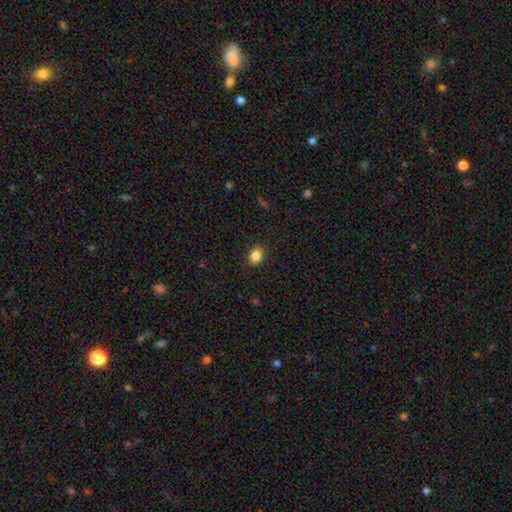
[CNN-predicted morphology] smooth 86%, star or artifact 10%, featured or disk 5%. Down the decision tree: how rounded — in between (63%); merging — none (89%).